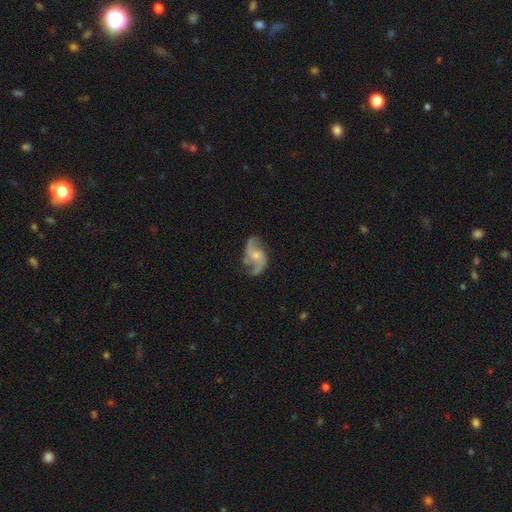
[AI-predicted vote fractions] Q: Smooth or featured?
A: featured or disk (86%); runner-up: smooth (8%)
Q: Edge-on disk?
A: no (98%); runner-up: yes (2%)
Q: Bar?
A: no (54%); runner-up: weak (38%)
Q: Spiral arms?
A: yes (96%); runner-up: no (4%)
Q: Spiral winding?
A: loose (66%); runner-up: medium (28%)
Q: Spiral arm count?
A: 2 (91%); runner-up: can't tell (3%)
Q: Bulge size?
A: small (51%); runner-up: moderate (33%)
Q: Merging?
A: none (70%); runner-up: minor disturbance (18%)